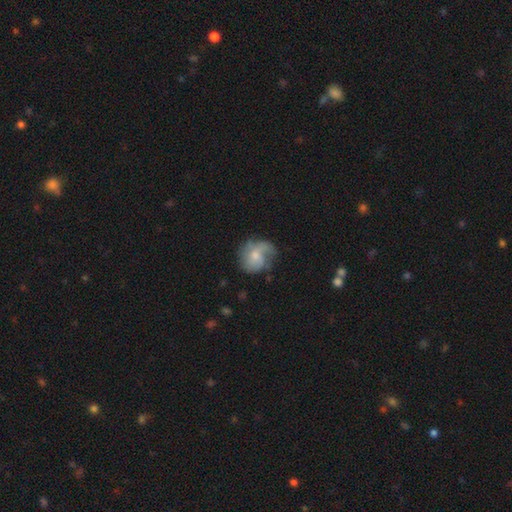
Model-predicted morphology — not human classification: type=featured or disk (50%); merging=none (46%).